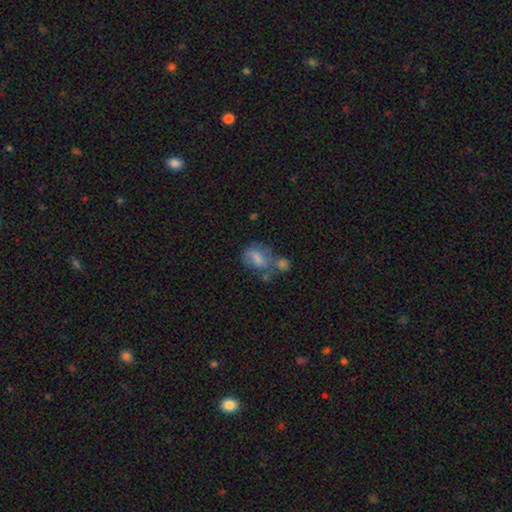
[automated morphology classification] Smooth or featured? Predicted: smooth (p=0.57). How rounded? Predicted: in between (p=0.68). Merging? Predicted: none (p=0.39).